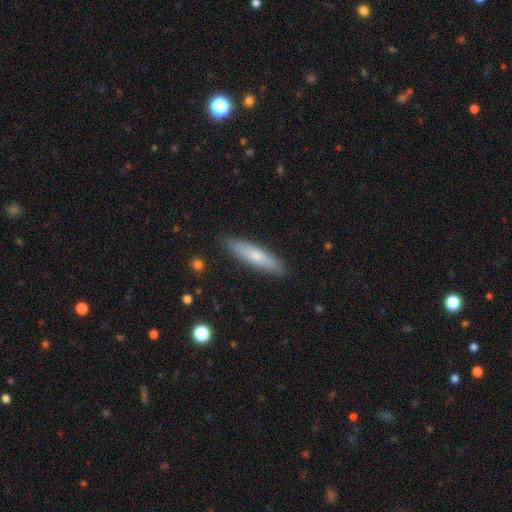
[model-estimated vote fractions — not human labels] Smooth or featured? smooth (68%)
How rounded? cigar-shaped (76%)
Merging? none (89%)